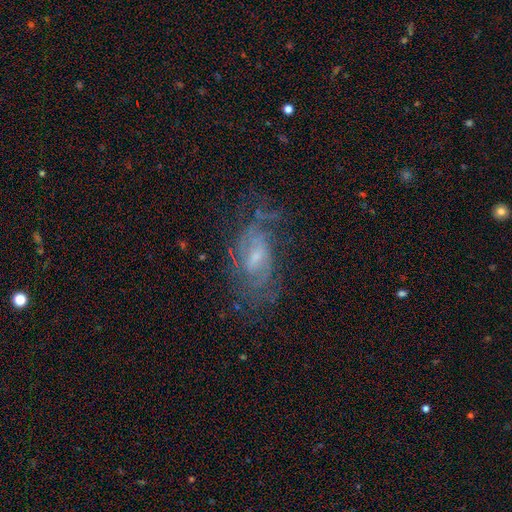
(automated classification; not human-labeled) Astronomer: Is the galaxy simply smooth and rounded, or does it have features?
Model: featured or disk — 74%.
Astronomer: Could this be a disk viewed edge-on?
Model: no — 93%.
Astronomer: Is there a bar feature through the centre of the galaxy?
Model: weak — 51% (runner-up: no, 37%).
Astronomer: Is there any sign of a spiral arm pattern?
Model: yes — 85%.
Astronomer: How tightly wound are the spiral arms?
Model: tight — 43% (runner-up: medium, 40%).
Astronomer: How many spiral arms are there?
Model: can't tell — 43% (runner-up: 2, 34%).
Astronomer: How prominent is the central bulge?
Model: small — 54% (runner-up: moderate, 34%).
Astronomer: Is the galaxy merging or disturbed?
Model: none — 61%.